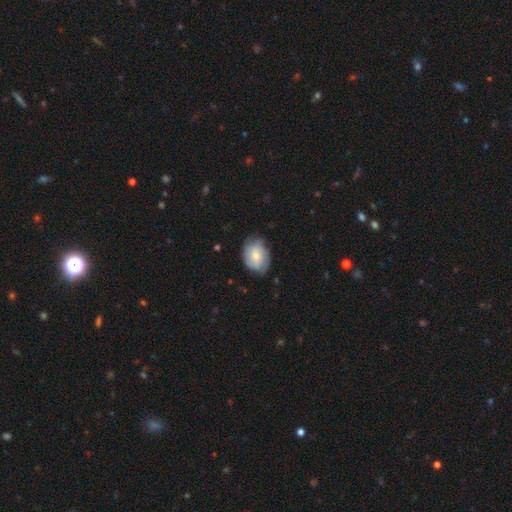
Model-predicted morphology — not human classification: smooth 58%, featured or disk 36%, star or artifact 6%. Down the decision tree: how rounded — in between (70%); merging — none (69%).